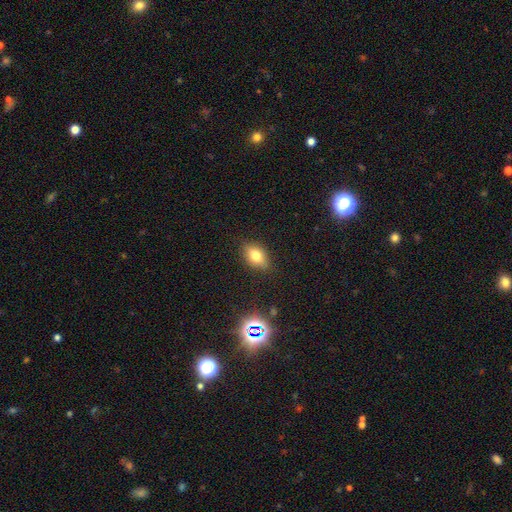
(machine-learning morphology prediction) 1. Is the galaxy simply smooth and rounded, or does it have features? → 71% smooth, 15% featured or disk, 13% star or artifact.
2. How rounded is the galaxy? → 78% in between, 19% round, 3% cigar-shaped.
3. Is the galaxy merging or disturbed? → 82% none, 13% minor disturbance, 3% major disturbance, 1% merger.